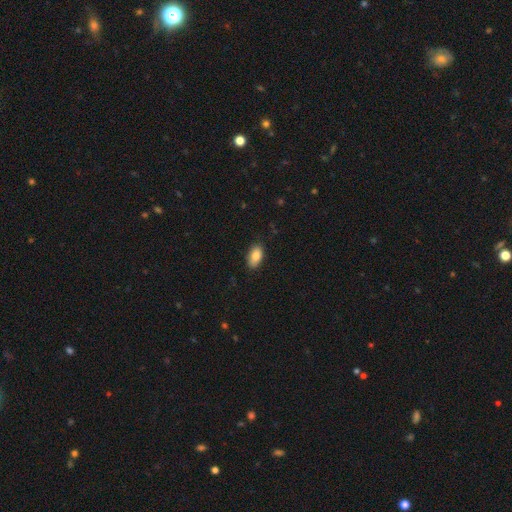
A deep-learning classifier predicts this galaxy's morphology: The model was most divided on "merging": none: 84%, minor disturbance: 13%, major disturbance: 2%, merger: 1%. More confident: how rounded — in between (93%); smooth or featured — smooth (86%).